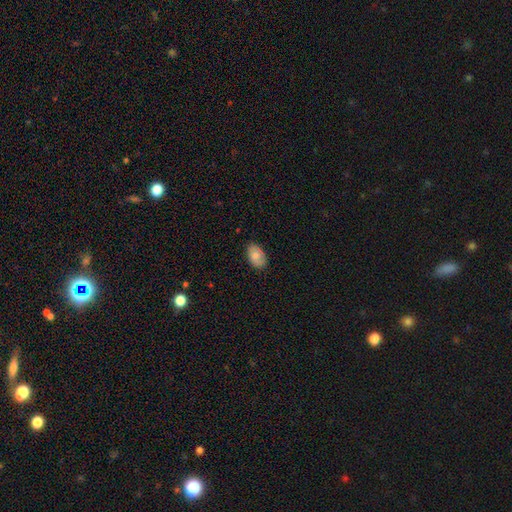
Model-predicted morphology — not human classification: type=smooth (75%); roundness=in between (91%); merging=none (81%).